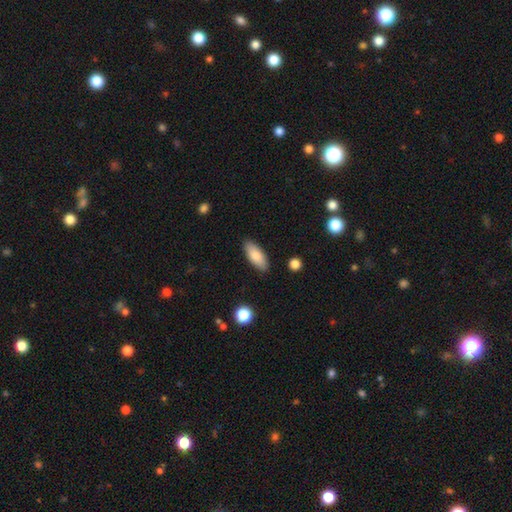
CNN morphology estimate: Smooth or featured? Predicted: smooth (p=0.83). How rounded? Predicted: in between (p=0.78). Merging? Predicted: none (p=0.87).